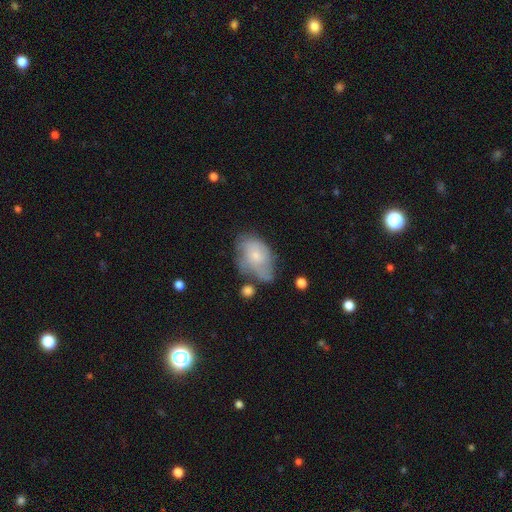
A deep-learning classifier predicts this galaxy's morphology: A smooth galaxy with no disk features (54%) that is in between round and cigar-shaped (86%).

Vote fractions:
- Smooth or featured? smooth: 54% / featured or disk: 38% / star or artifact: 8%
- How rounded? in between: 86% / round: 12% / cigar-shaped: 2%
- Merging? none: 38% / minor disturbance: 34% / major disturbance: 20% / merger: 9%